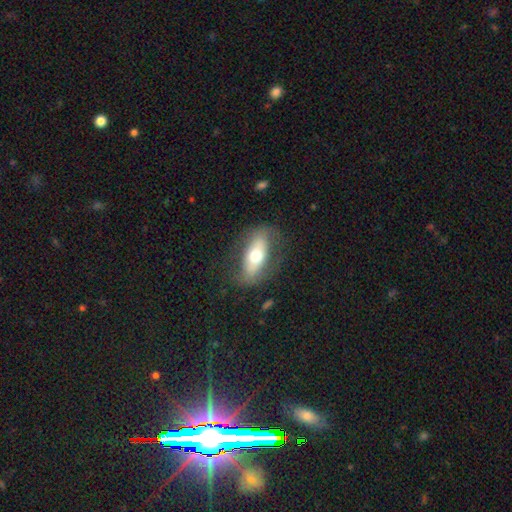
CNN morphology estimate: smooth 52%, featured or disk 41%, star or artifact 7%. Down the decision tree: how rounded — in between (80%); merging — none (76%).